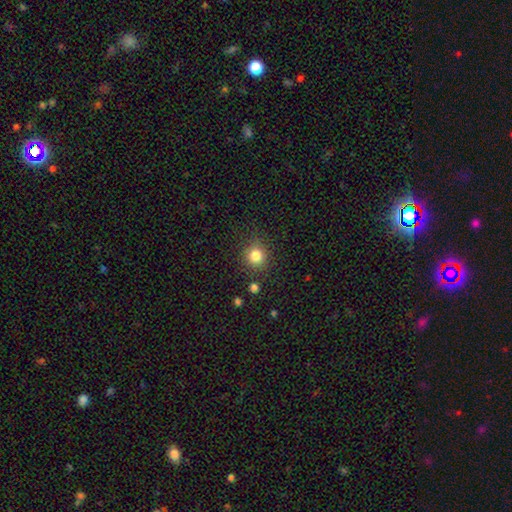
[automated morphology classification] Smooth or featured: smooth — 82% (star or artifact — 12%)
How rounded: round — 91% (in between — 8%)
Merging: none — 85% (minor disturbance — 9%)